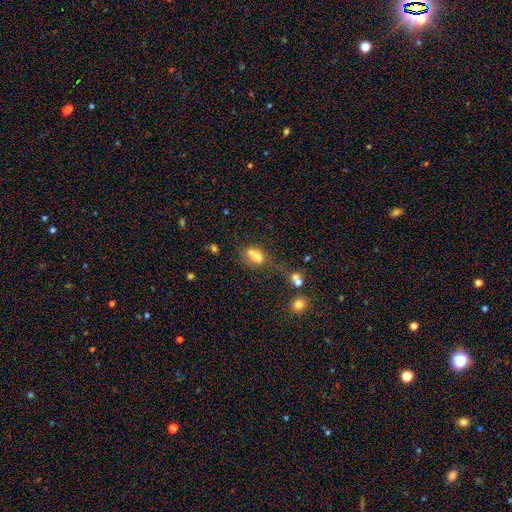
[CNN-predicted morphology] Smooth or featured?
  - smooth: 62% *
  - featured or disk: 21%
  - star or artifact: 17%
How rounded?
  - in between: 57% *
  - round: 41%
  - cigar-shaped: 3%
Merging?
  - merger: 52% *
  - none: 28%
  - minor disturbance: 12%
  - major disturbance: 8%